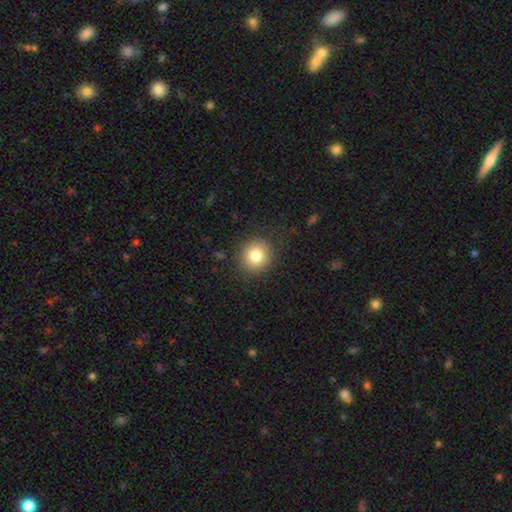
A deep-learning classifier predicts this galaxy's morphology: smooth 82%, star or artifact 10%, featured or disk 8%. Down the decision tree: how rounded — round (89%); merging — none (87%).